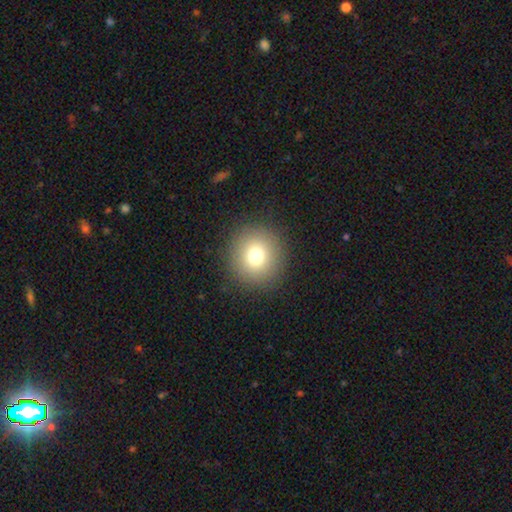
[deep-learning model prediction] smooth-or-featured: smooth: 76% | star or artifact: 13% | featured or disk: 10%
  how-rounded: round: 95% | in between: 5% | cigar-shaped: 1%
  merging: none: 91% | minor disturbance: 5% | major disturbance: 3% | merger: 1%